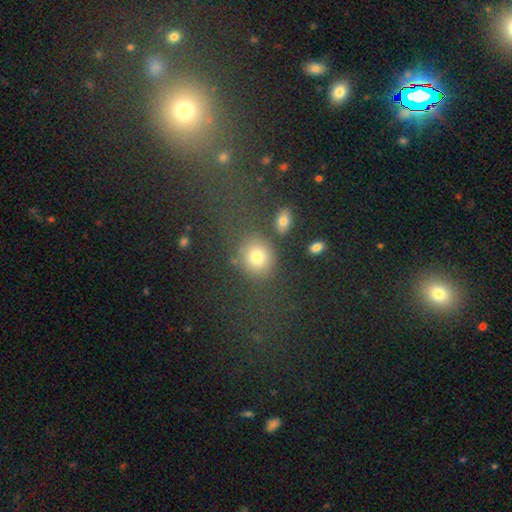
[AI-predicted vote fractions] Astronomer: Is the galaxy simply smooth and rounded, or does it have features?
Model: smooth — 76%.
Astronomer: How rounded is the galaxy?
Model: round — 68%.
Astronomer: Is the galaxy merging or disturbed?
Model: none — 65%.